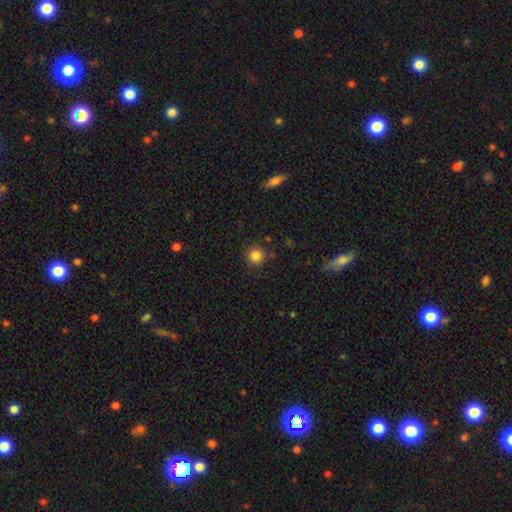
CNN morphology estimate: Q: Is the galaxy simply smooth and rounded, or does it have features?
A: smooth — 83%.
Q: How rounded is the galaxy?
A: round — 95%.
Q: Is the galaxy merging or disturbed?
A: none — 89%.